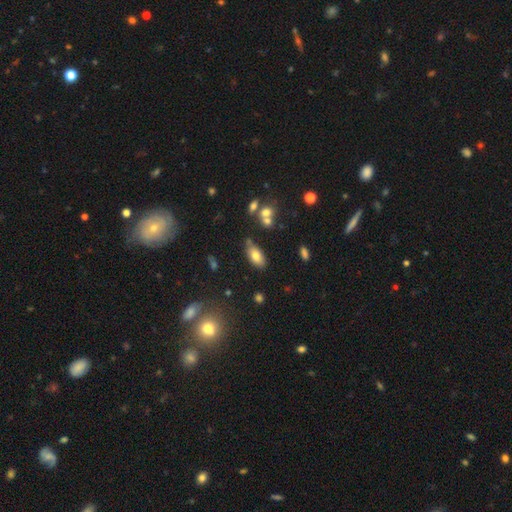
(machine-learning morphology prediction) smooth-or-featured: smooth: 76% | featured or disk: 15% | star or artifact: 9%
  how-rounded: in between: 90% | cigar-shaped: 7% | round: 3%
  merging: none: 72% | minor disturbance: 17% | merger: 7% | major disturbance: 4%